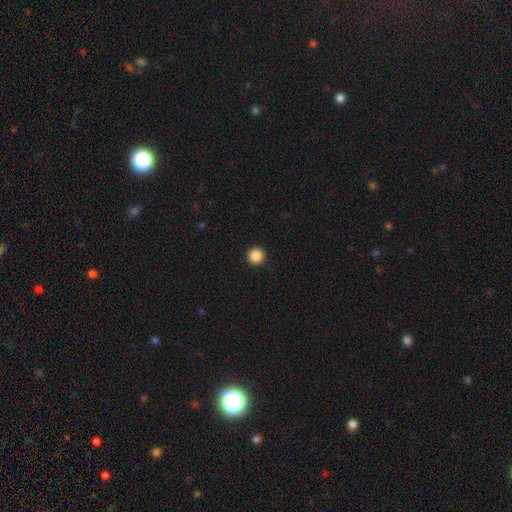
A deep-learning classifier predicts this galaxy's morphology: Smooth or featured? Predicted: smooth (p=0.88). How rounded? Predicted: round (p=0.96). Merging? Predicted: none (p=0.93).